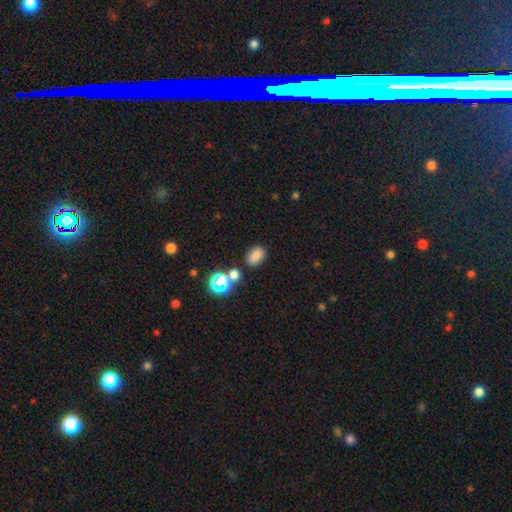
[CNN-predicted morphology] A smooth galaxy with no disk features (77%) that is in between round and cigar-shaped (77%). Merging: none (78%).